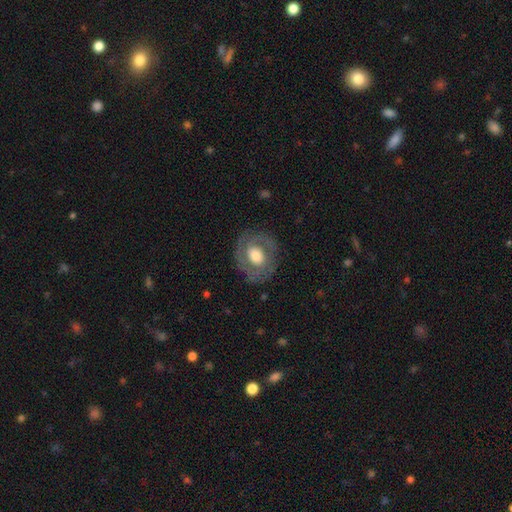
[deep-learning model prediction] Morphology: type=featured or disk (61%); edge-on=no (97%); bar=no (71%); spiral arms=yes (62%); bulge=moderate (43%, tied with large); merging=none (80%).